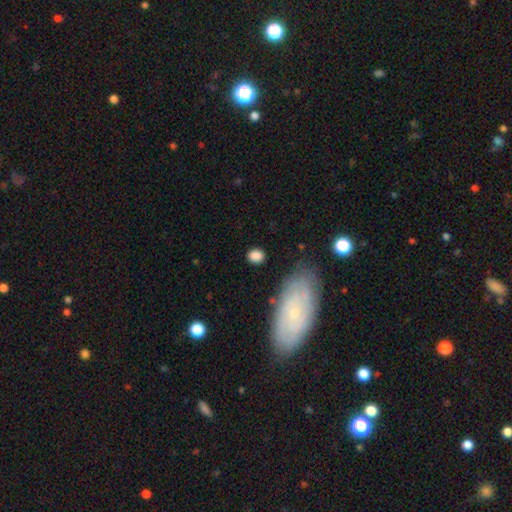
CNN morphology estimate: Smooth or featured?
  - smooth: 83% *
  - star or artifact: 9%
  - featured or disk: 8%
How rounded?
  - in between: 53% *
  - round: 45%
  - cigar-shaped: 2%
Merging?
  - none: 82% *
  - minor disturbance: 12%
  - major disturbance: 4%
  - merger: 3%